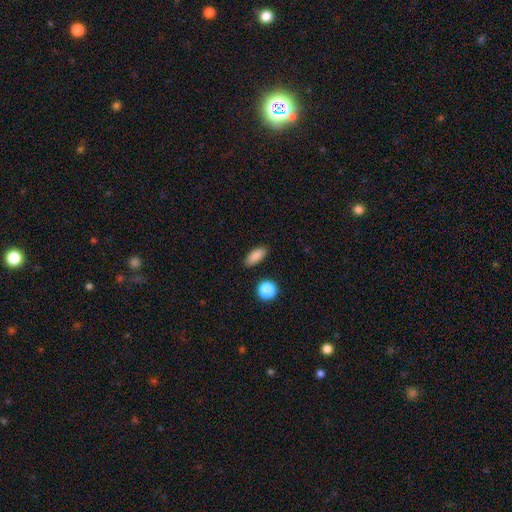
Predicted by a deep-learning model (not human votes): A smooth galaxy with no disk features (86%) that is in between round and cigar-shaped (78%).

Vote fractions:
- Smooth or featured? smooth: 86% / star or artifact: 9% / featured or disk: 5%
- How rounded? in between: 78% / cigar-shaped: 16% / round: 6%
- Merging? none: 87% / minor disturbance: 8% / major disturbance: 2% / merger: 2%